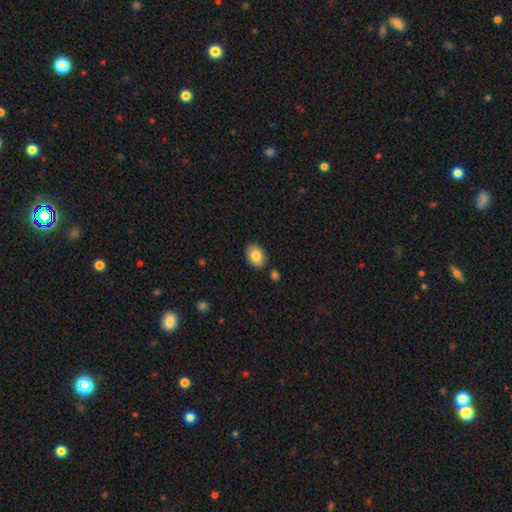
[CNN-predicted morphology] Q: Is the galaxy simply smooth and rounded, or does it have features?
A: smooth — 85%.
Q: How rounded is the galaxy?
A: in between — 84%.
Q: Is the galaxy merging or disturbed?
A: none — 86%.